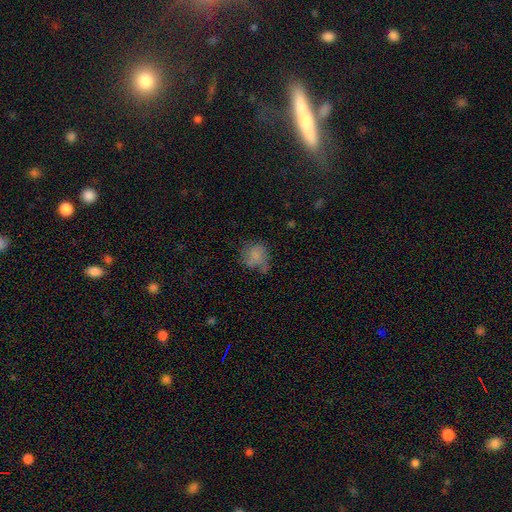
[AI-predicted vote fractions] Overall: smooth (69%). How rounded: round (68%; in between 31%). Merging: none (48%; minor disturbance 29%).